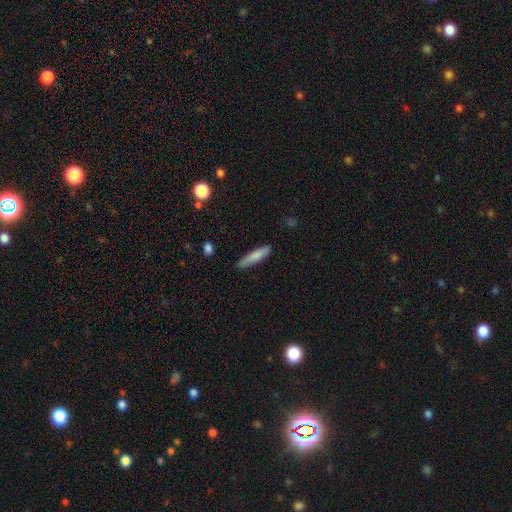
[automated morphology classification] This is likely a smooth galaxy (80%). How rounded: clearly cigar-shaped (83%). Merging: clearly none (82%).